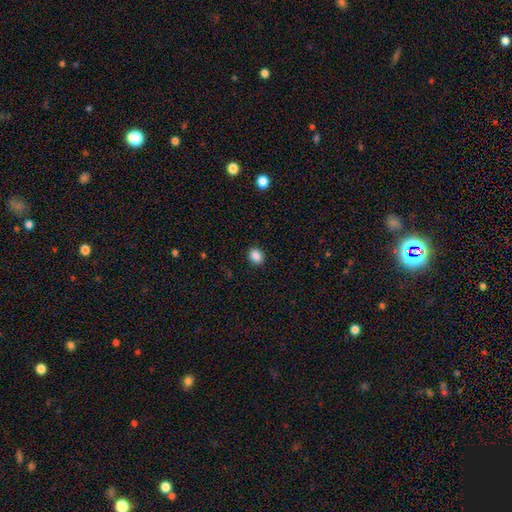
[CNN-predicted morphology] Q: Smooth or featured?
A: smooth (87%); runner-up: star or artifact (9%)
Q: How rounded?
A: in between (50%); runner-up: round (49%)
Q: Merging?
A: none (90%); runner-up: minor disturbance (7%)